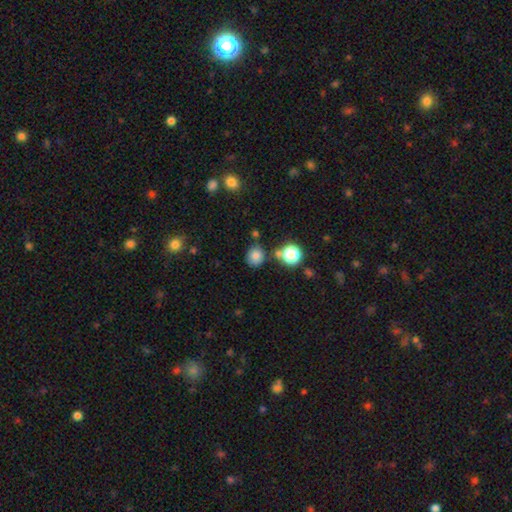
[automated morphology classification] smooth 76%, star or artifact 16%, featured or disk 7%. Down the decision tree: how rounded — round (83%); merging — none (75%).